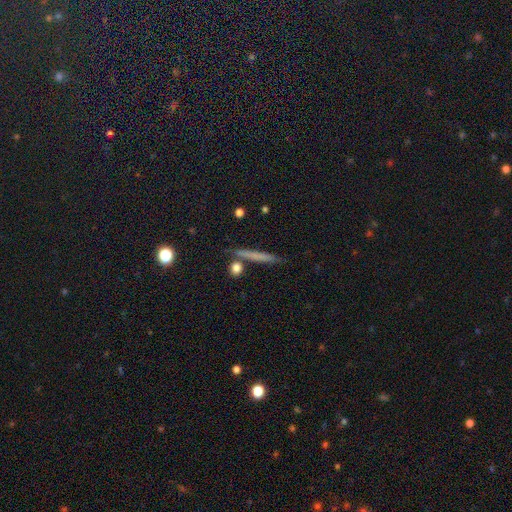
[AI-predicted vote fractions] smooth_or_featured: smooth (p=0.62) [alt: featured or disk p=0.30]
how_rounded: cigar-shaped (p=0.92) [alt: round p=0.04]
merging: none (p=0.82) [alt: minor disturbance p=0.09]